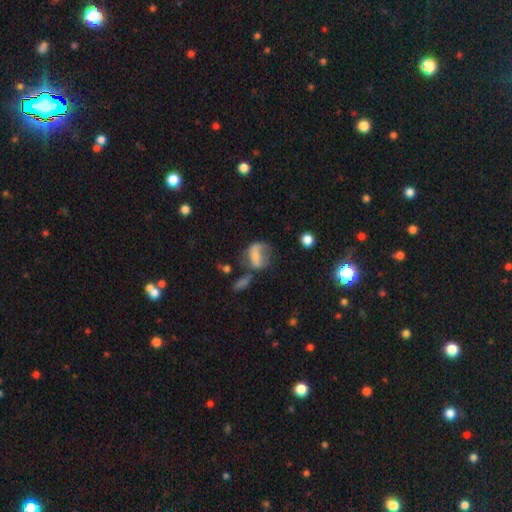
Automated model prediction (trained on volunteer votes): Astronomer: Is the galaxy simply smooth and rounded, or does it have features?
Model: smooth — 48% (runner-up: featured or disk, 40%).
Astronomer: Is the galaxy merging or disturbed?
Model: major disturbance — 33% (runner-up: none, 31%).